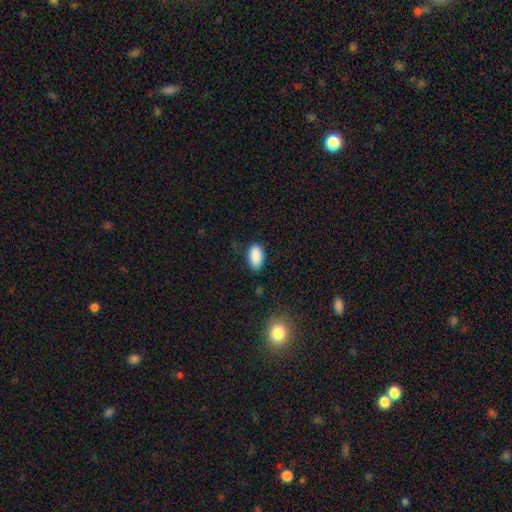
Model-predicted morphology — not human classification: Smooth or featured? Predicted: smooth (p=0.89). How rounded? Predicted: in between (p=0.94). Merging? Predicted: none (p=0.75).